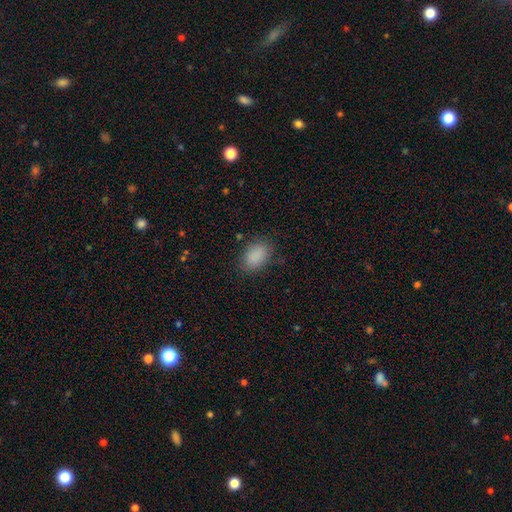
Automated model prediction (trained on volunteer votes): Smooth or featured?
  - smooth: 88% *
  - star or artifact: 8%
  - featured or disk: 4%
How rounded?
  - in between: 86% *
  - round: 13%
  - cigar-shaped: 1%
Merging?
  - none: 83% *
  - minor disturbance: 12%
  - major disturbance: 4%
  - merger: 1%